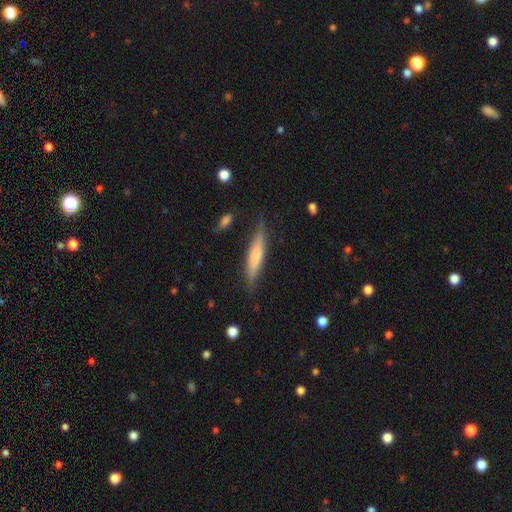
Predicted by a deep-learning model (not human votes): smooth_or_featured: smooth (p=0.65) [alt: featured or disk p=0.29]
how_rounded: cigar-shaped (p=0.84) [alt: in between p=0.14]
merging: none (p=0.74) [alt: minor disturbance p=0.19]